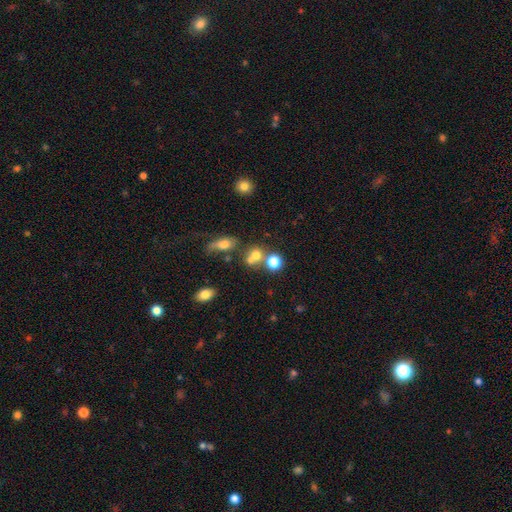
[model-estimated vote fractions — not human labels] smooth 70%, star or artifact 17%, featured or disk 13%. Down the decision tree: how rounded — round (76%); merging — merger (44%).